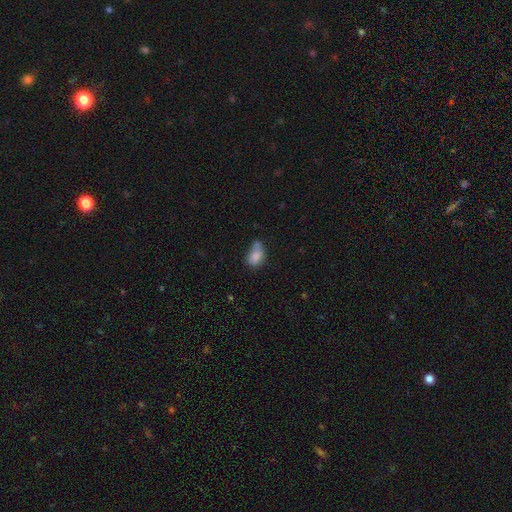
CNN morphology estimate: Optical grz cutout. It shows a smooth galaxy with no disk features (79%) that is in between round and cigar-shaped (74%). Merging: none (36%).